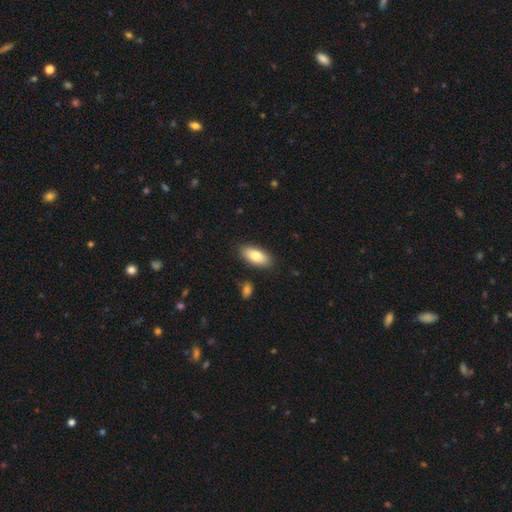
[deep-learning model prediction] This appears to be a smooth galaxy with no disk features (80%) that is in between round and cigar-shaped (87%). Merging: none (86%).